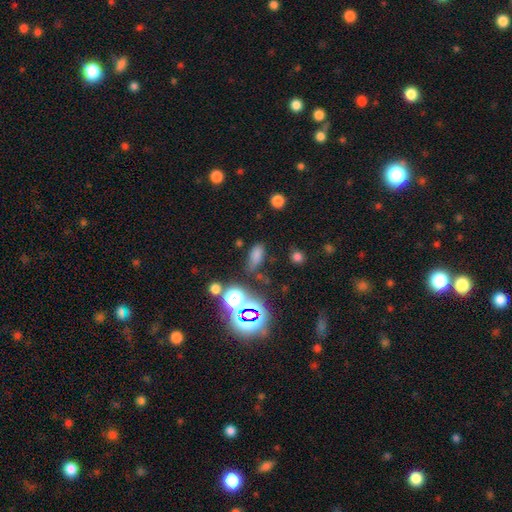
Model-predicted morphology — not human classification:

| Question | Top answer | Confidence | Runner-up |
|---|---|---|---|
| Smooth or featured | smooth | 65% | star or artifact (26%) |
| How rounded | in between | 77% | cigar-shaped (13%) |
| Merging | none | 63% | minor disturbance (20%) |